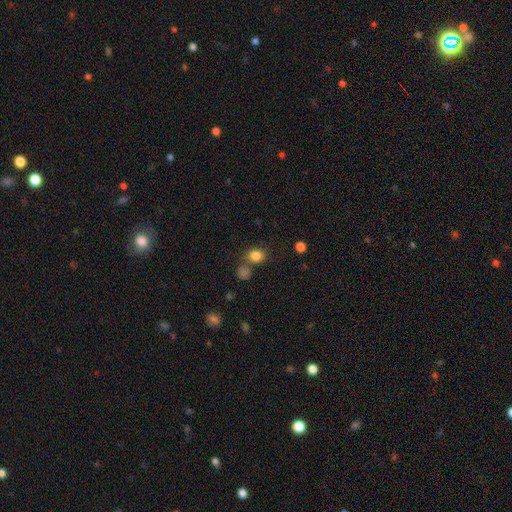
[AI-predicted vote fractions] This is clearly a smooth galaxy (82%). How rounded: likely round (68%). Merging: likely none (64%).